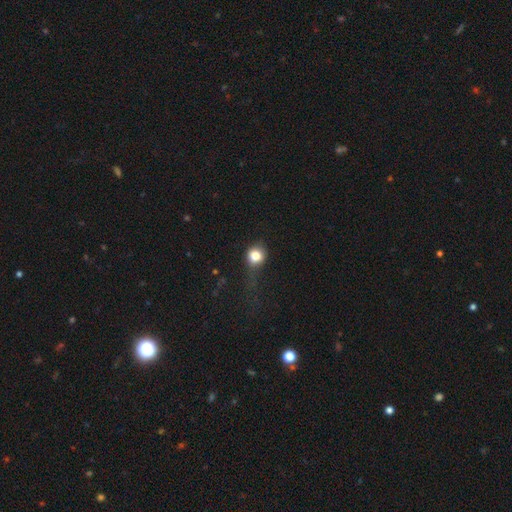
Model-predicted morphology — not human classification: Smooth or featured? Predicted: smooth (p=0.78). How rounded? Predicted: round (p=0.82). Merging? Predicted: none (p=0.47).